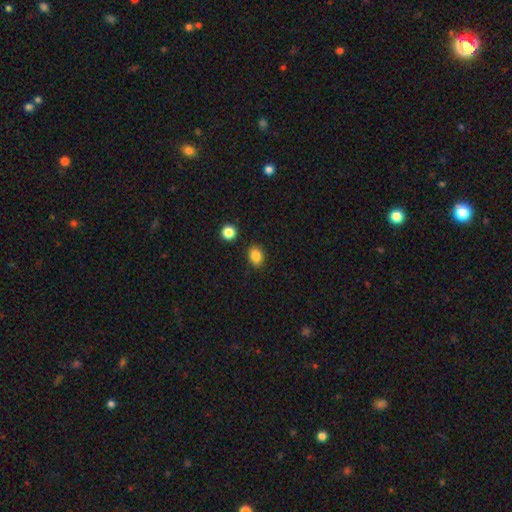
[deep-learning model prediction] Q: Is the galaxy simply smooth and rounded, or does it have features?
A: smooth — 86%.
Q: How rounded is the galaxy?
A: in between — 57%.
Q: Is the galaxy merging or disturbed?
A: none — 85%.